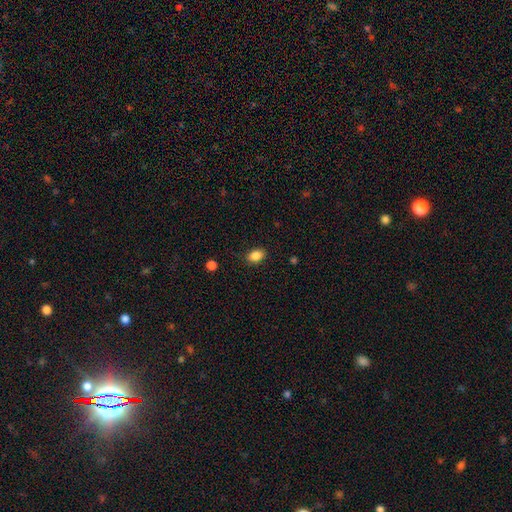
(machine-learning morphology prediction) Smooth or featured: smooth — 87% (star or artifact — 9%)
How rounded: in between — 76% (round — 23%)
Merging: none — 85% (minor disturbance — 11%)